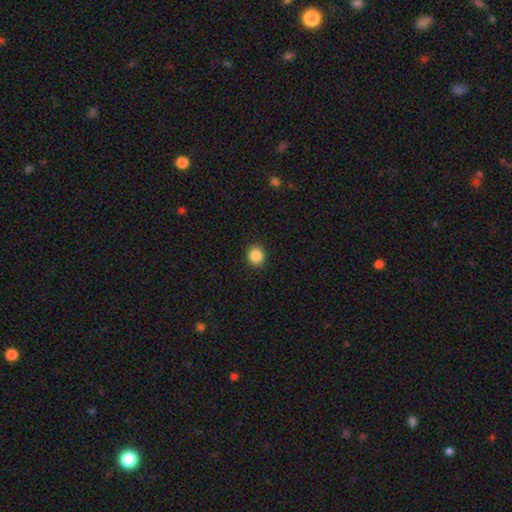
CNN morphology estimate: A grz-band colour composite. It shows a smooth galaxy with no disk features (87%) that is round (83%). Merging: none (92%).